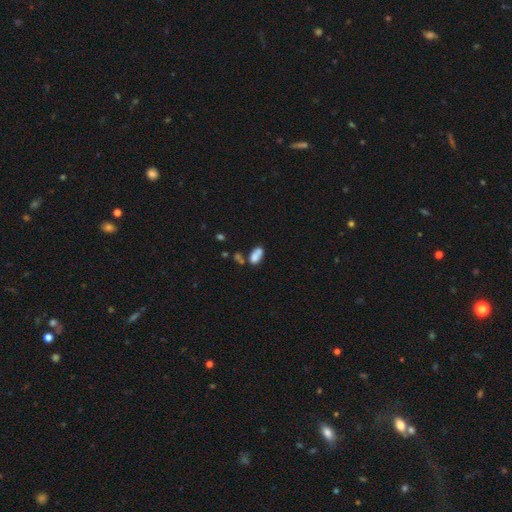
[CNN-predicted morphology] This appears to be a smooth galaxy with no disk features (76%) that is in between round and cigar-shaped (87%). Merging: merger (40%).